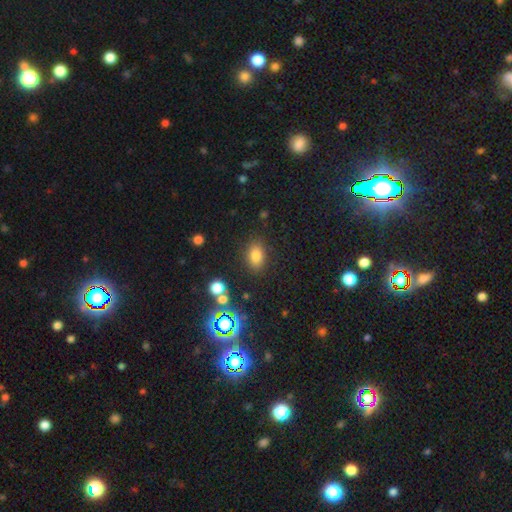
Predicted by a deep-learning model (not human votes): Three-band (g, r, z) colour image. It shows a smooth galaxy with no disk features (78%) that is in between round and cigar-shaped (78%). Merging: none (84%).